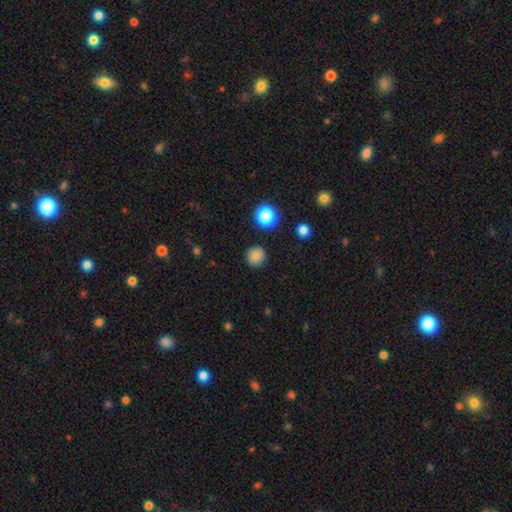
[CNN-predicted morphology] Overall: smooth (83%). How rounded: round (94%). Merging: none (89%).